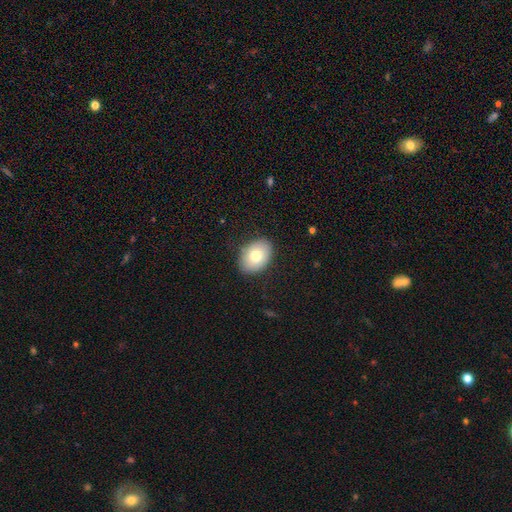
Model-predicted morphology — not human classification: Q: Smooth or featured?
A: smooth (77%); runner-up: featured or disk (15%)
Q: How rounded?
A: in between (79%); runner-up: round (20%)
Q: Merging?
A: none (86%); runner-up: minor disturbance (10%)